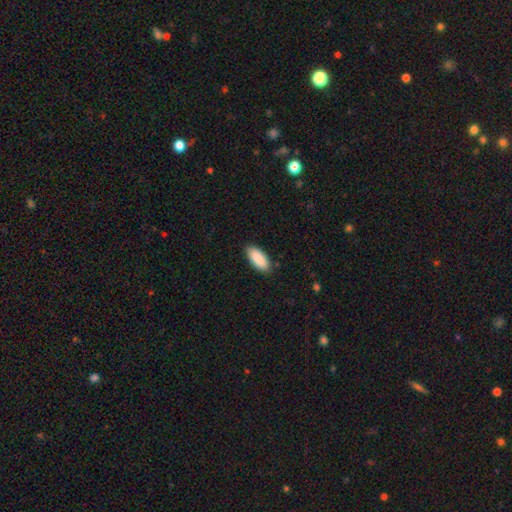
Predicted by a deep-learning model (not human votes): smooth 90%, star or artifact 6%, featured or disk 4%. Down the decision tree: how rounded — in between (86%); merging — none (88%).